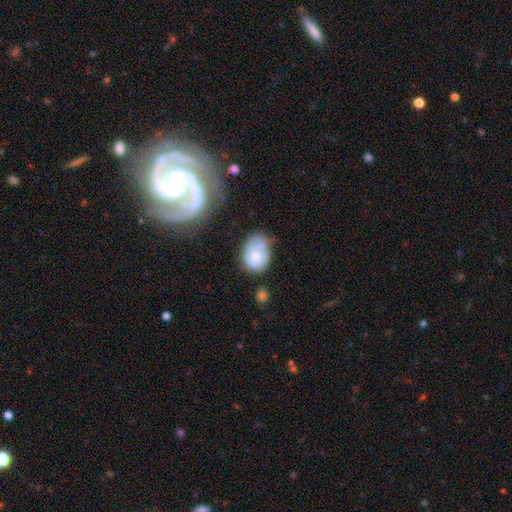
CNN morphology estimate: Q: Smooth or featured?
A: smooth (64%); runner-up: featured or disk (29%)
Q: How rounded?
A: in between (67%); runner-up: round (32%)
Q: Merging?
A: none (39%); runner-up: minor disturbance (31%)